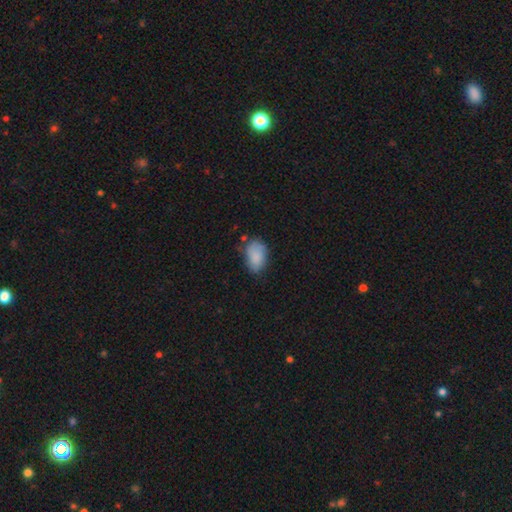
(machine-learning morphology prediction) Overall: smooth (83%). How rounded: in between (89%). Merging: none (59%; minor disturbance 29%).